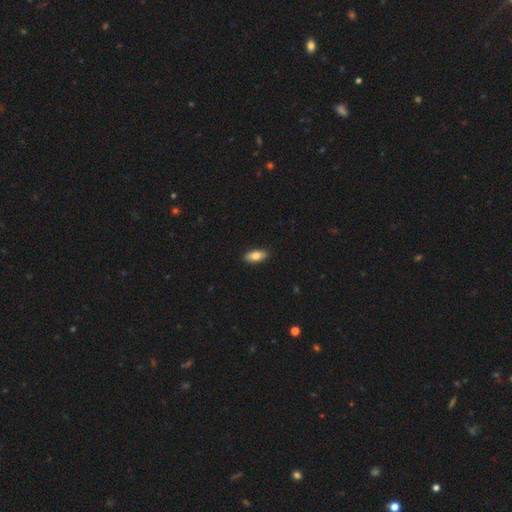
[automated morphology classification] This appears to be a smooth galaxy with no disk features (81%) that is in between round and cigar-shaped (89%). Merging: none (90%).